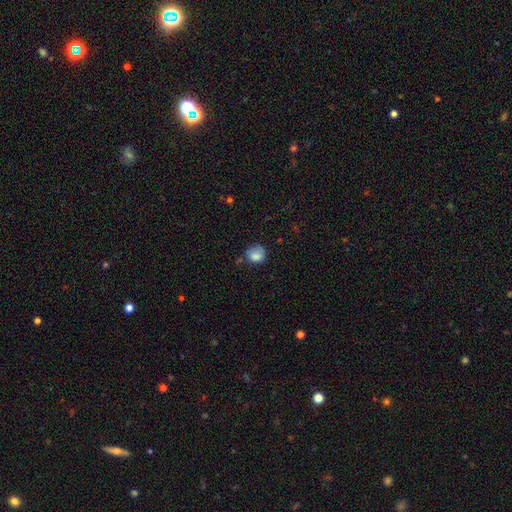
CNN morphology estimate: Smooth or featured?
  - smooth: 81% *
  - featured or disk: 9%
  - star or artifact: 9%
How rounded?
  - round: 72% *
  - in between: 27%
  - cigar-shaped: 1%
Merging?
  - none: 55% *
  - minor disturbance: 30%
  - major disturbance: 11%
  - merger: 4%